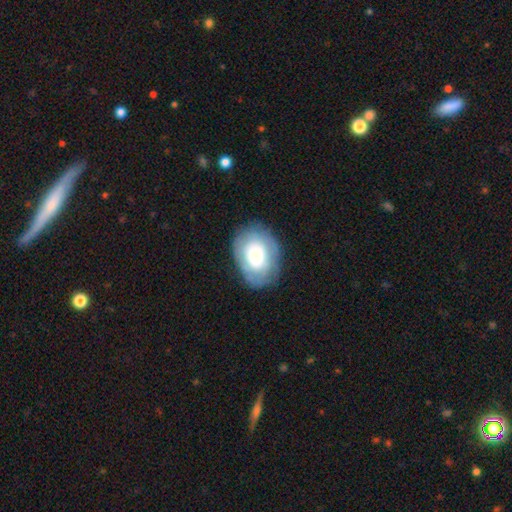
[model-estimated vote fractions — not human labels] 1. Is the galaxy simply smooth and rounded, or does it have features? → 55% smooth, 37% featured or disk, 7% star or artifact.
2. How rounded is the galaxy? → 75% in between, 24% round, 1% cigar-shaped.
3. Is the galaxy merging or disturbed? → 74% none, 17% minor disturbance, 7% major disturbance, 1% merger.